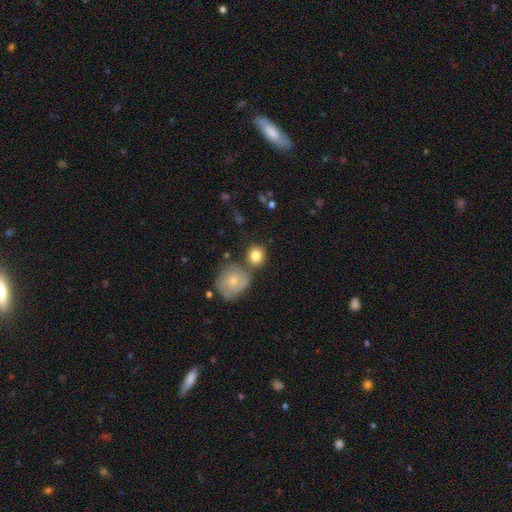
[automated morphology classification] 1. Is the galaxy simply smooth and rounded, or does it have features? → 82% smooth, 11% featured or disk, 7% star or artifact.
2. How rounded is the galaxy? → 78% round, 20% in between, 1% cigar-shaped.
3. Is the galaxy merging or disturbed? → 63% none, 21% merger, 12% minor disturbance, 4% major disturbance.